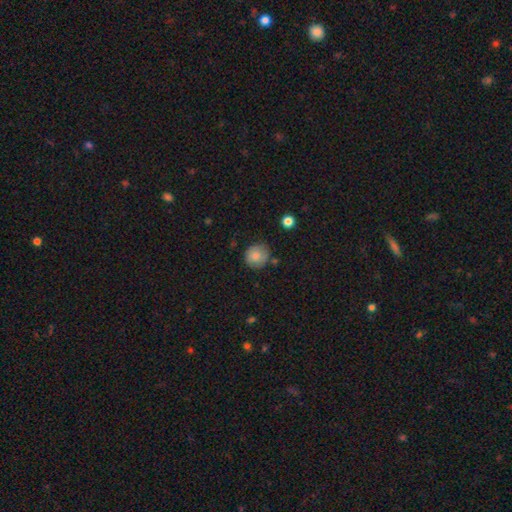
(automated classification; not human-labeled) Smooth or featured? smooth (79%)
How rounded? round (87%)
Merging? none (76%)